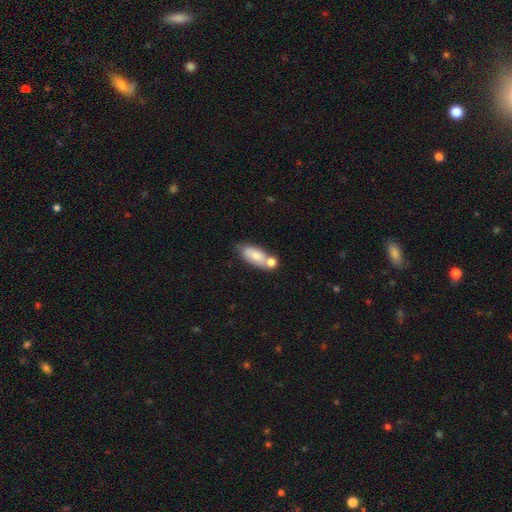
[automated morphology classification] This is likely a smooth galaxy (74%). How rounded: clearly in between (81%). Merging: marginally none (42%).